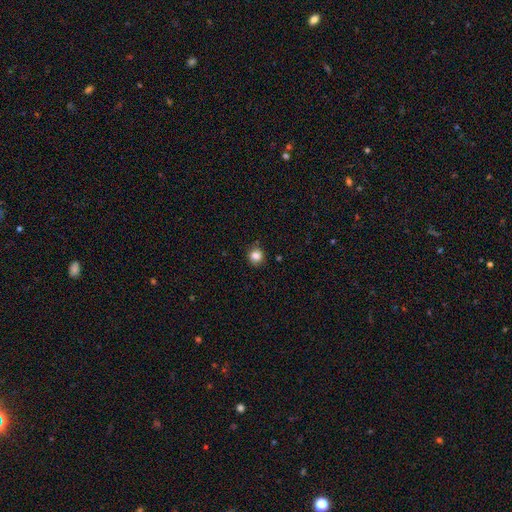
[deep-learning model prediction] smooth-or-featured: smooth: 84% | star or artifact: 11% | featured or disk: 5%
  how-rounded: round: 92% | in between: 7% | cigar-shaped: 1%
  merging: none: 87% | minor disturbance: 10% | major disturbance: 2% | merger: 2%